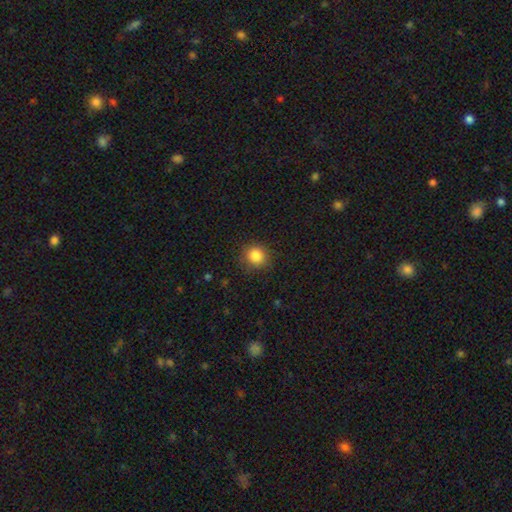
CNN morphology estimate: This is clearly a smooth galaxy (85%). How rounded: clearly round (89%). Merging: clearly none (87%).